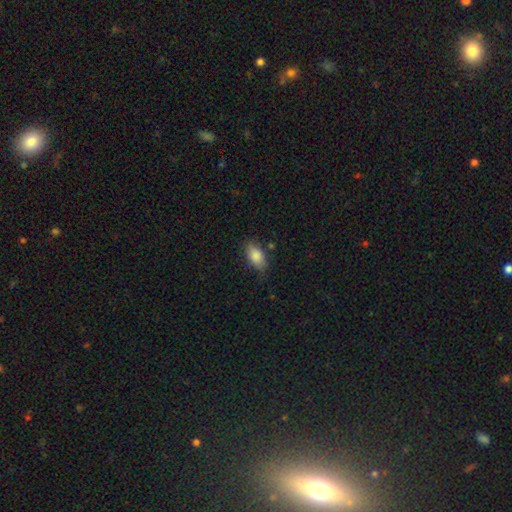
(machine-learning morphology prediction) Q: Smooth or featured?
A: smooth (85%); runner-up: featured or disk (8%)
Q: How rounded?
A: in between (90%); runner-up: cigar-shaped (6%)
Q: Merging?
A: none (77%); runner-up: minor disturbance (17%)